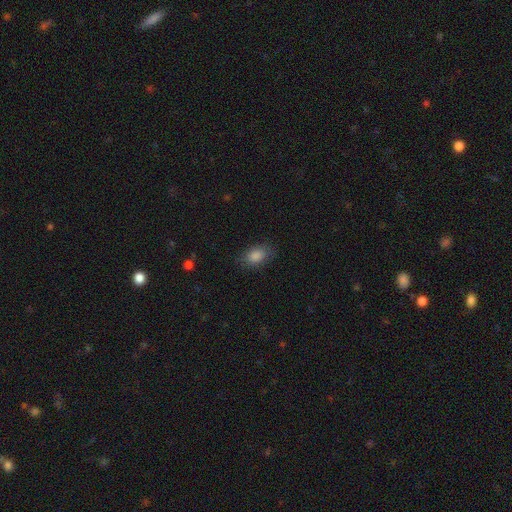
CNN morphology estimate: Smooth or featured? smooth (85%)
How rounded? in between (87%)
Merging? none (82%)